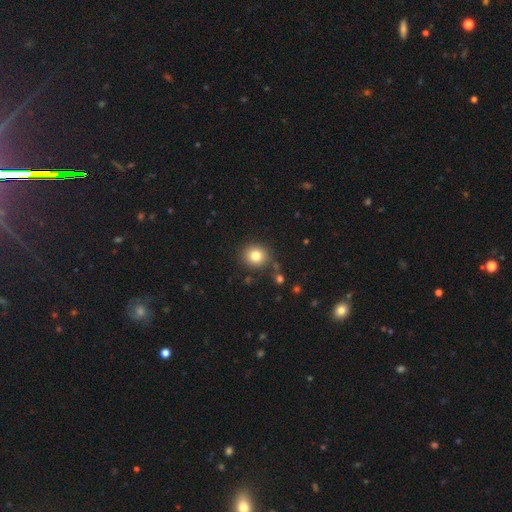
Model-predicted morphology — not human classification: Overall: smooth (81%). How rounded: round (84%). Merging: none (83%).